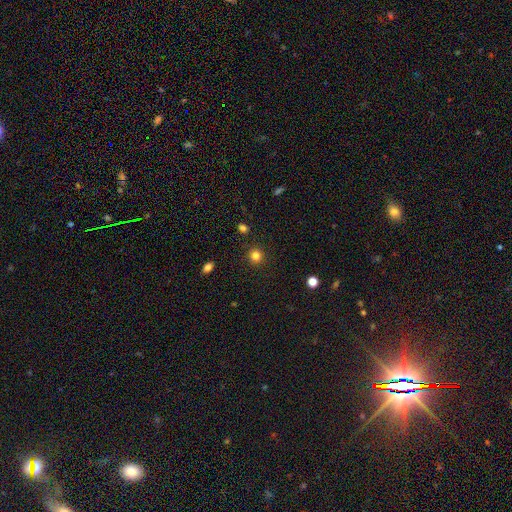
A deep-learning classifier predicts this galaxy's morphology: Smooth or featured? Predicted: smooth (p=0.82). How rounded? Predicted: round (p=0.92). Merging? Predicted: none (p=0.92).